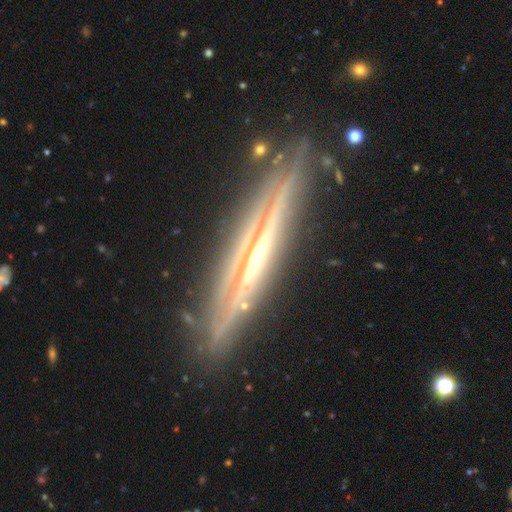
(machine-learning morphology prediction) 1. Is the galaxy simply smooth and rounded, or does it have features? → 85% featured or disk, 8% smooth, 7% star or artifact.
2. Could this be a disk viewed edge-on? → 95% yes, 5% no.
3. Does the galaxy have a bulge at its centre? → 52% rounded, 39% none, 9% boxy.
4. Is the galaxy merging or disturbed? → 84% none, 11% minor disturbance, 3% major disturbance, 2% merger.